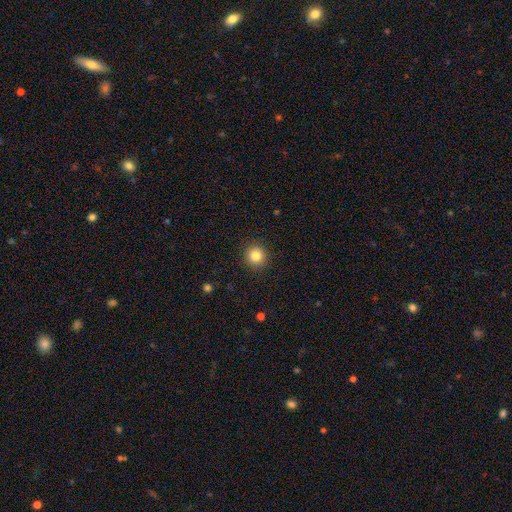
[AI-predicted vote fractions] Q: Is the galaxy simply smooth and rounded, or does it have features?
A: smooth — 84%.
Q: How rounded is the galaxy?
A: round — 94%.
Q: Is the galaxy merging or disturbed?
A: none — 92%.